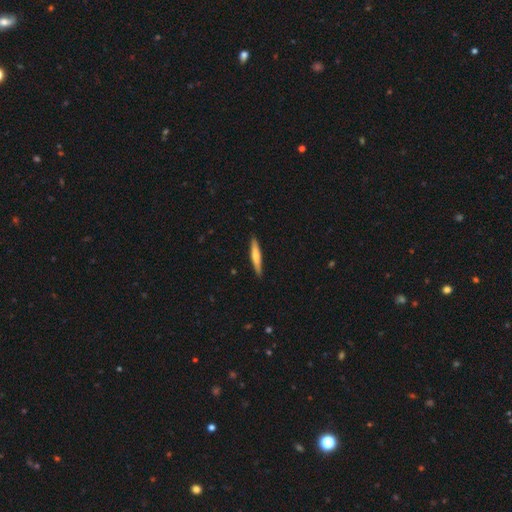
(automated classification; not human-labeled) Smooth or featured: smooth — 58% (featured or disk — 36%)
How rounded: cigar-shaped — 93% (in between — 6%)
Merging: none — 89% (minor disturbance — 8%)